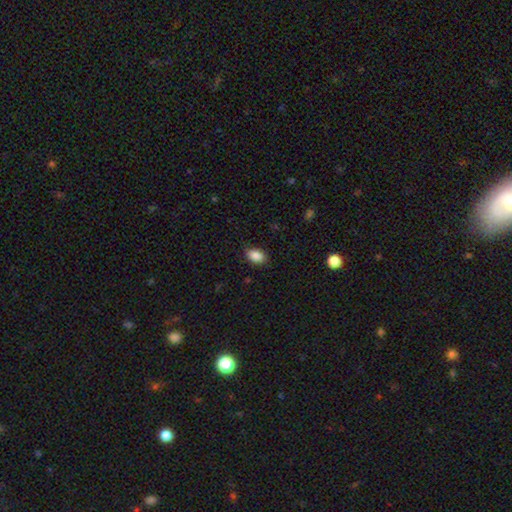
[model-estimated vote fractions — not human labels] The model was most divided on "merging": none: 85%, minor disturbance: 12%, major disturbance: 3%, merger: 1%. More confident: smooth or featured — smooth (88%); how rounded — in between (87%).